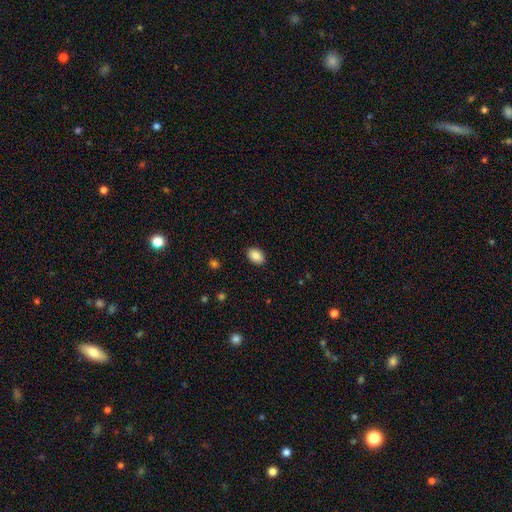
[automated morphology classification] Smooth or featured? smooth (89%)
How rounded? in between (81%)
Merging? none (88%)